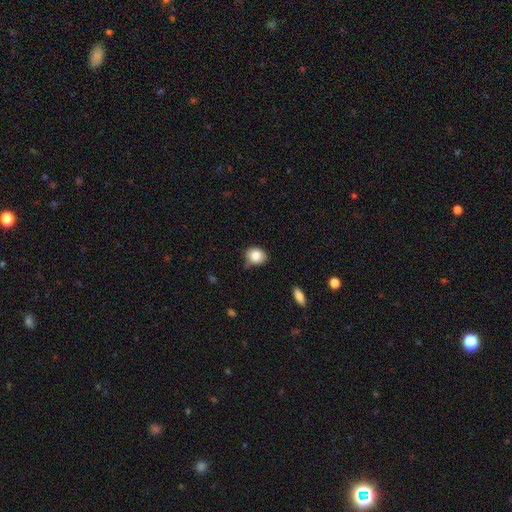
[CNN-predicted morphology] Overall: smooth (85%). How rounded: round (60%; in between 39%). Merging: none (68%).